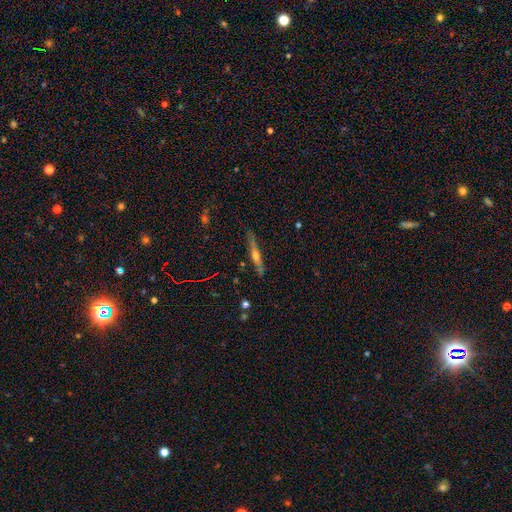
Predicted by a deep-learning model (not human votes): Smooth or featured? featured or disk (61%)
Edge-on disk? yes (94%)
Edge-on bulge? rounded (77%)
Merging? none (80%)